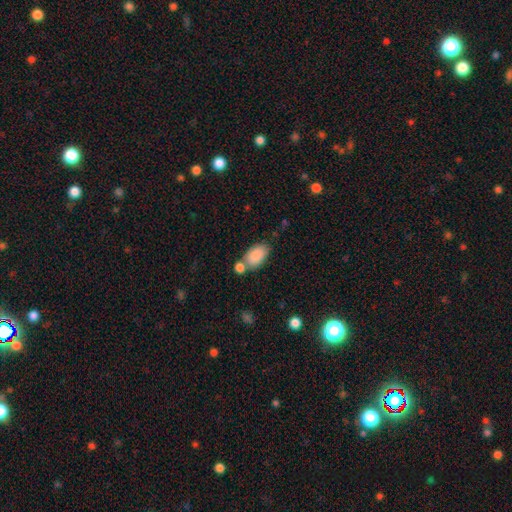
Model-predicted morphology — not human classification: This appears to be a smooth galaxy with no disk features (86%) that is in between round and cigar-shaped (93%). Merging: none (56%).